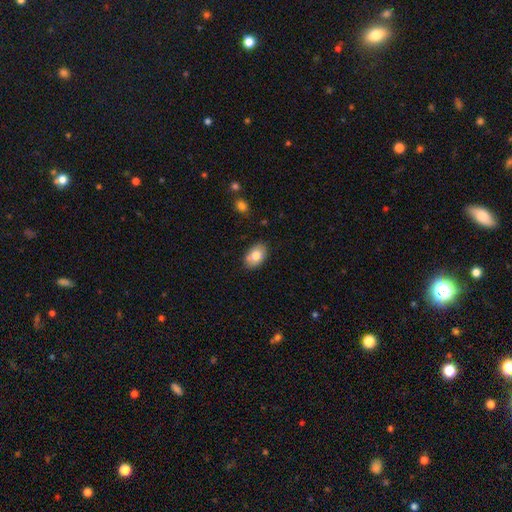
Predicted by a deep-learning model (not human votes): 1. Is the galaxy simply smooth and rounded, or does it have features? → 79% smooth, 14% featured or disk, 7% star or artifact.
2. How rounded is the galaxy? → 88% in between, 11% round, 1% cigar-shaped.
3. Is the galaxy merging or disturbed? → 81% none, 14% minor disturbance, 3% merger, 3% major disturbance.